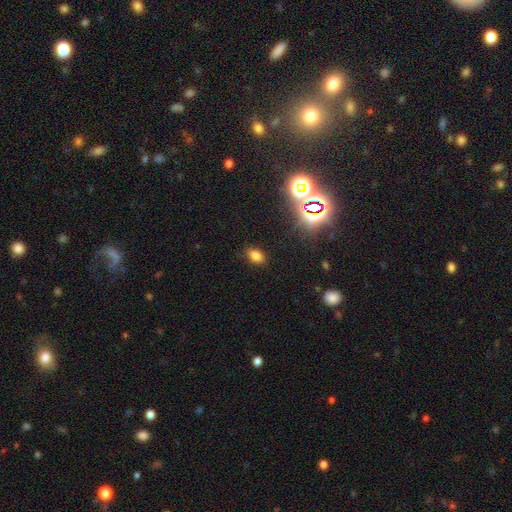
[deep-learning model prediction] The model was most divided on "smooth or featured": smooth: 78%, star or artifact: 17%, featured or disk: 5%. More confident: merging — none (86%); how rounded — in between (84%).